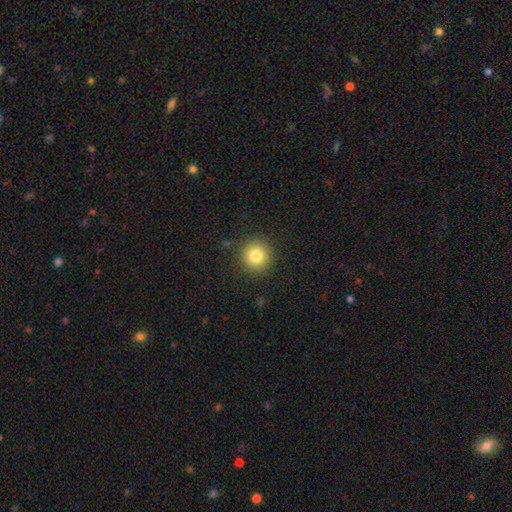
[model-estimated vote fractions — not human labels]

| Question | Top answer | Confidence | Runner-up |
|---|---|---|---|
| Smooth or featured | smooth | 82% | star or artifact (11%) |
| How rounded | round | 94% | in between (5%) |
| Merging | none | 89% | minor disturbance (7%) |